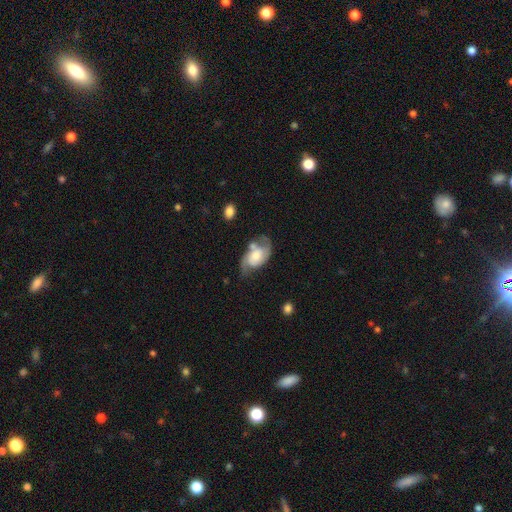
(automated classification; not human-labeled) The model was most divided on "bulge size": moderate: 39%, large: 25%, small: 24%, none: 8%, dominant: 4%. Remaining: edge-on disk — no (96%); spiral arms — yes (88%); spiral arm count — 2 (83%); smooth or featured — featured or disk (69%); bar — no (66%); merging — none (47%); spiral winding — medium (46%).